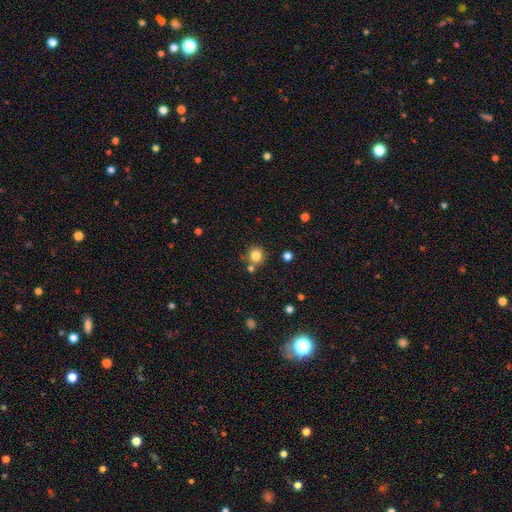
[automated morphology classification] Overall: smooth (82%). How rounded: round (92%). Merging: none (76%).